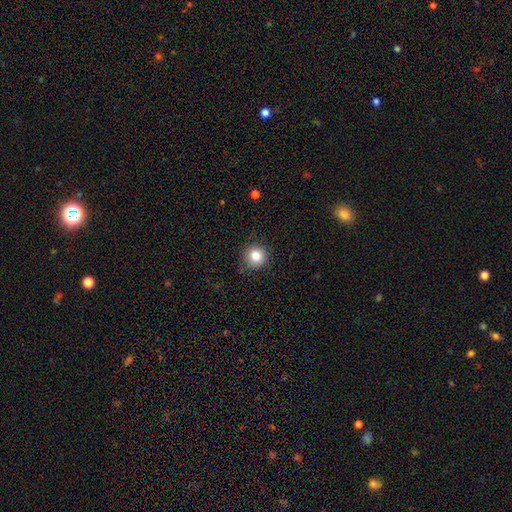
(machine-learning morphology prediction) smooth-or-featured: smooth: 81% | star or artifact: 11% | featured or disk: 7%
  how-rounded: round: 95% | in between: 4% | cigar-shaped: 1%
  merging: none: 87% | minor disturbance: 10% | major disturbance: 2% | merger: 1%